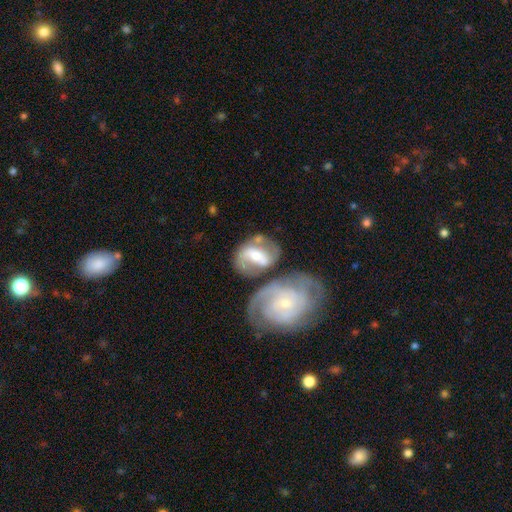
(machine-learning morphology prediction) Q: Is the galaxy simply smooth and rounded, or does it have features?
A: featured or disk — 68%.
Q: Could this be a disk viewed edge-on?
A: no — 95%.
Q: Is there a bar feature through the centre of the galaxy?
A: weak — 38%.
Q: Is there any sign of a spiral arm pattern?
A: yes — 80%.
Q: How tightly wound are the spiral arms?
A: medium — 42%.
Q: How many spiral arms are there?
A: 2 — 72%.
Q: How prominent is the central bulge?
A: moderate — 51%.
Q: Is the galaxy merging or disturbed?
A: none — 40%.